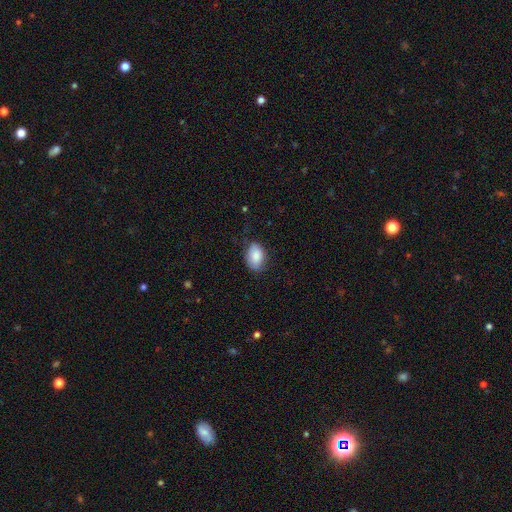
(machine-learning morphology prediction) This is clearly a smooth galaxy (85%). How rounded: clearly in between (87%). Merging: likely none (73%).